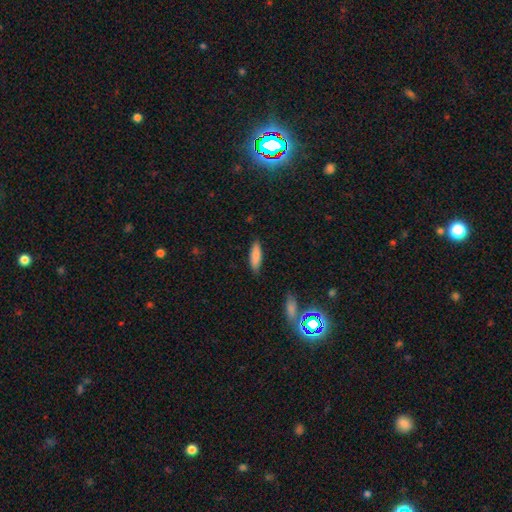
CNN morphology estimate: type=smooth (84%); roundness=cigar-shaped (55%); merging=none (86%).